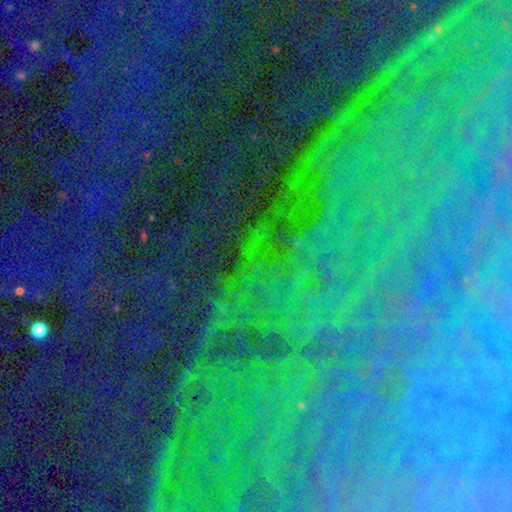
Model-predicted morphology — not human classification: smooth-or-featured: star or artifact: 76% | featured or disk: 14% | smooth: 11%